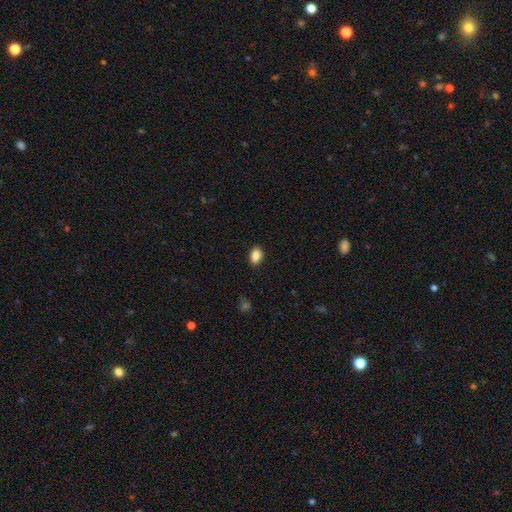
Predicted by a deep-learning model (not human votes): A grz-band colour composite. It shows a smooth galaxy with no disk features (88%) that is in between round and cigar-shaped (86%). Merging: none (88%).